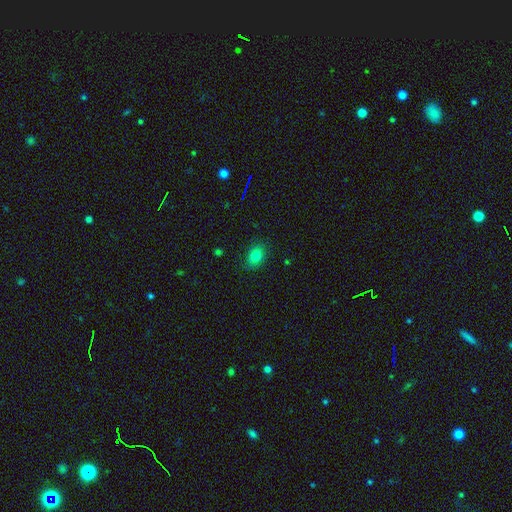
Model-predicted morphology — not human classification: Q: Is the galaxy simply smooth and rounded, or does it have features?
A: smooth — 80%.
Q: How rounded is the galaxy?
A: in between — 72%.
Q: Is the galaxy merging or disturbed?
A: none — 83%.